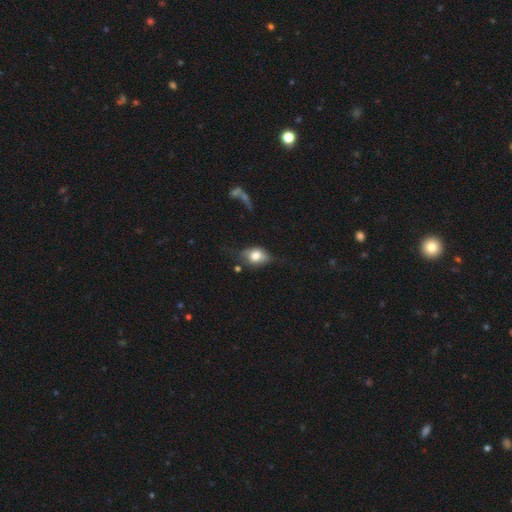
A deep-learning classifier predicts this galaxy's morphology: A smooth galaxy with no disk features (57%) that is in between round and cigar-shaped (67%).

Vote fractions:
- Smooth or featured? smooth: 57% / featured or disk: 34% / star or artifact: 9%
- How rounded? in between: 67% / round: 29% / cigar-shaped: 4%
- Merging? none: 56% / minor disturbance: 26% / major disturbance: 13% / merger: 4%